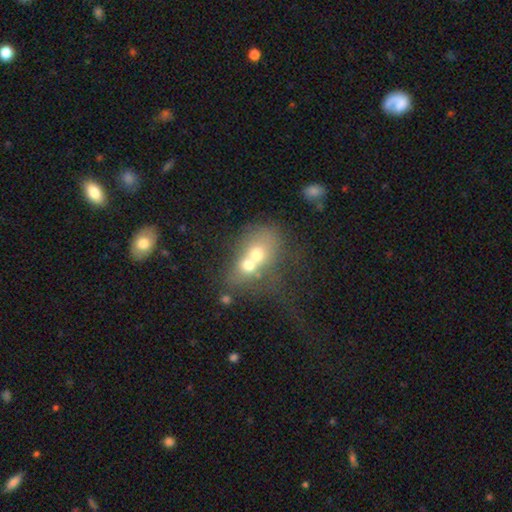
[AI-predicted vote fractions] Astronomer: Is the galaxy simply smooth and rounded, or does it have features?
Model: smooth — 57%.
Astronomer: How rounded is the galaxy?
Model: round — 52% (runner-up: in between, 46%).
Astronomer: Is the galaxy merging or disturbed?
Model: merger — 75%.